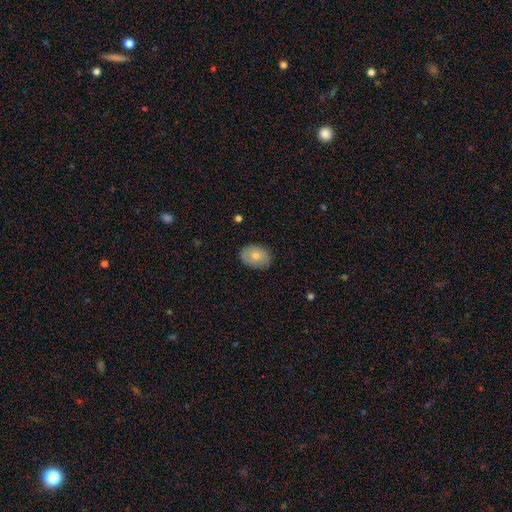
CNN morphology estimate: Smooth or featured: smooth — 76% (featured or disk — 17%)
How rounded: in between — 76% (round — 23%)
Merging: none — 85% (minor disturbance — 12%)